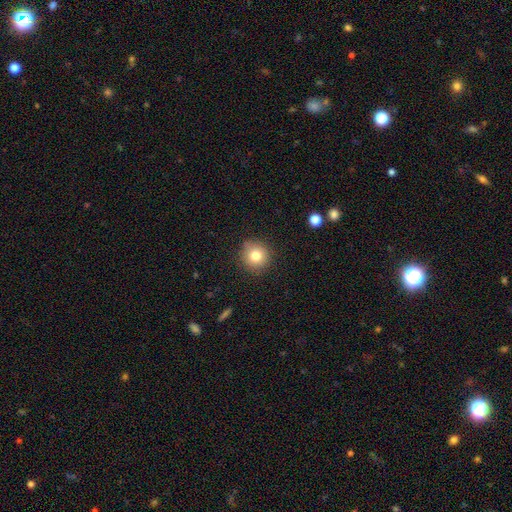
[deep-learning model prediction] smooth_or_featured: smooth (p=0.80) [alt: star or artifact p=0.11]
how_rounded: round (p=0.92) [alt: in between p=0.07]
merging: none (p=0.86) [alt: minor disturbance p=0.10]